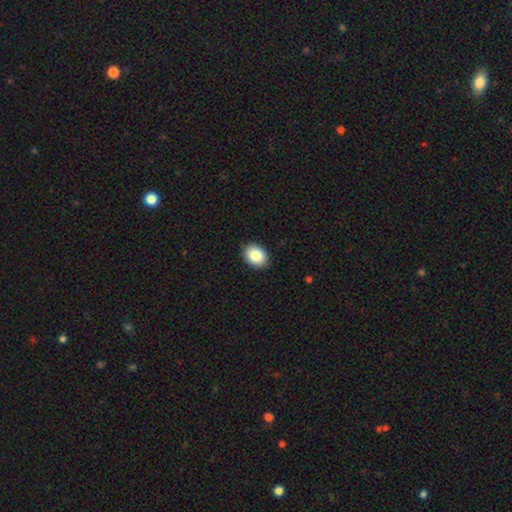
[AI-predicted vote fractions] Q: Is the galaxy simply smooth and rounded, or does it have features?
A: smooth — 86%.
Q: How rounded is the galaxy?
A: in between — 63%.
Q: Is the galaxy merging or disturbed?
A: none — 90%.